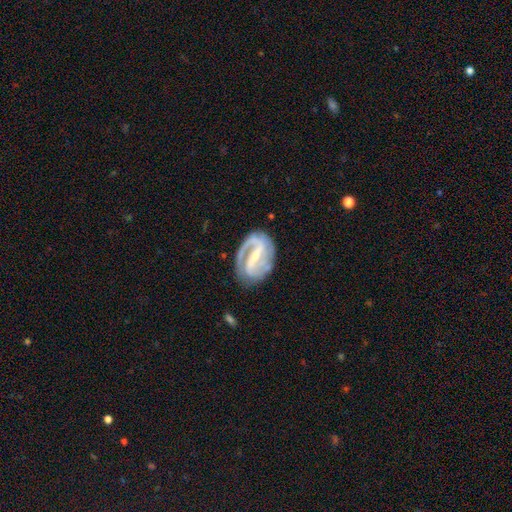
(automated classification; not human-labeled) Smooth or featured: featured or disk — 89% (smooth — 7%)
Edge-on disk: no — 97% (yes — 3%)
Bar: strong — 63% (weak — 28%)
Spiral arms: yes — 95% (no — 5%)
Spiral winding: medium — 44% (tight — 36%)
Spiral arm count: 2 — 82% (1 — 6%)
Bulge size: small — 60% (moderate — 32%)
Merging: none — 74% (minor disturbance — 17%)